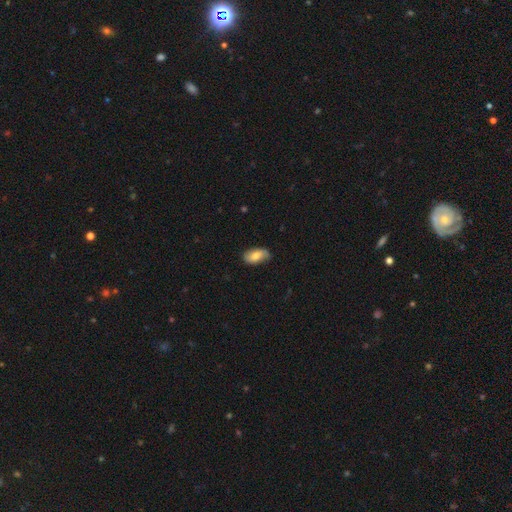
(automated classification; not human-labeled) A smooth galaxy with no disk features (73%) that is in between round and cigar-shaped (93%). Merging: none (71%).